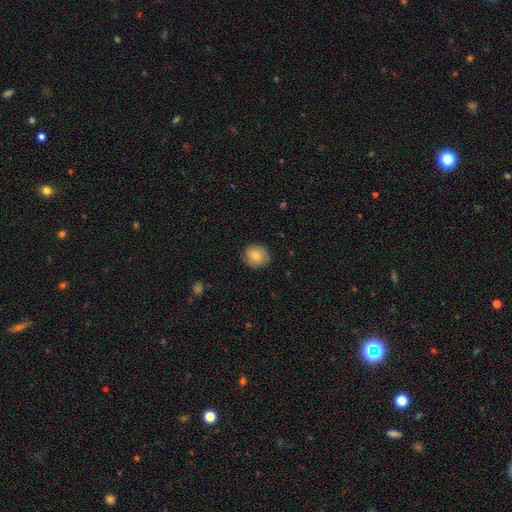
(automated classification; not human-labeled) A smooth galaxy with no disk features (79%) that is round (86%).

Vote fractions:
- Smooth or featured? smooth: 79% / featured or disk: 13% / star or artifact: 8%
- How rounded? round: 86% / in between: 13% / cigar-shaped: 1%
- Merging? none: 85% / minor disturbance: 12% / major disturbance: 3% / merger: 1%